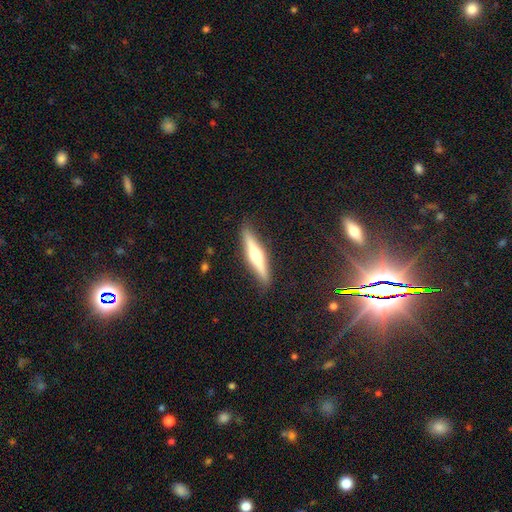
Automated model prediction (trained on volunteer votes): Morphology: type=featured or disk (64%); edge-on=yes (97%); edge-on bulge=rounded (89%); merging=none (89%).